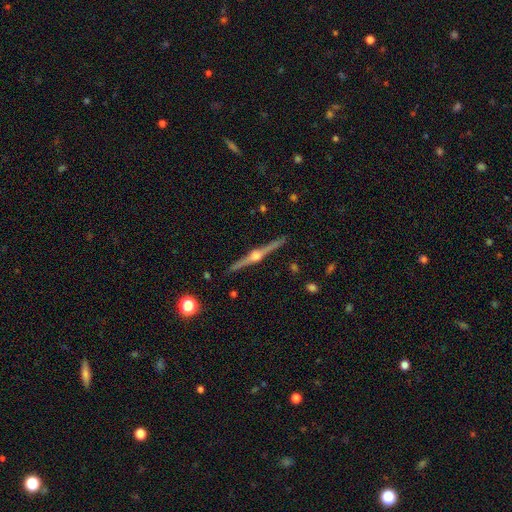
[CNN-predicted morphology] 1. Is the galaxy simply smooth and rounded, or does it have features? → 88% featured or disk, 7% smooth, 5% star or artifact.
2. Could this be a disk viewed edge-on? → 99% yes, 1% no.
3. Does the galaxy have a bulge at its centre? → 94% rounded, 3% boxy, 2% none.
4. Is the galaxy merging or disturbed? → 93% none, 5% minor disturbance, 1% major disturbance, 1% merger.